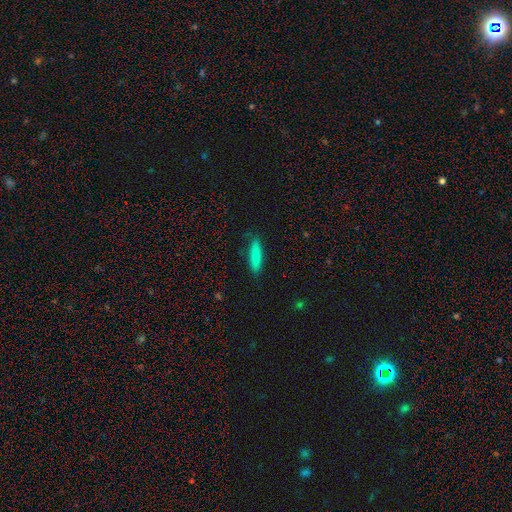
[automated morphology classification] Smooth or featured?
  - smooth: 84% *
  - featured or disk: 9%
  - star or artifact: 7%
How rounded?
  - cigar-shaped: 77% *
  - in between: 22%
  - round: 2%
Merging?
  - none: 86% *
  - minor disturbance: 11%
  - major disturbance: 2%
  - merger: 1%